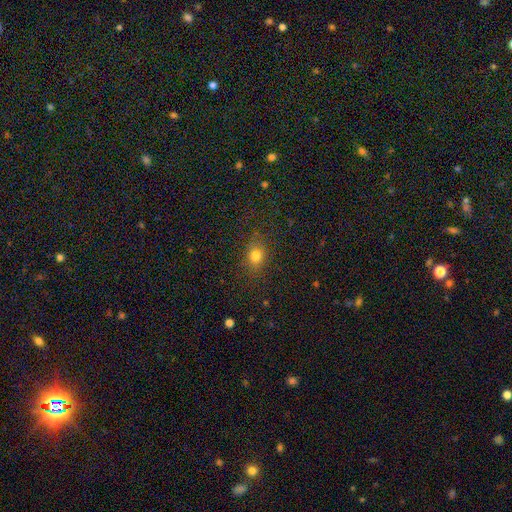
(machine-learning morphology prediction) This appears to be a smooth galaxy with no disk features (78%) that is in between round and cigar-shaped (52%). Merging: none (83%).